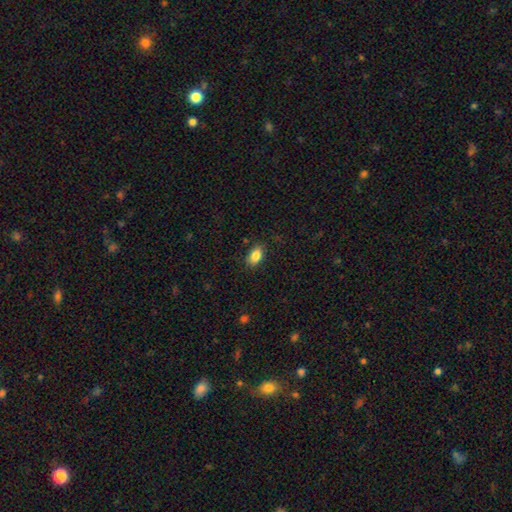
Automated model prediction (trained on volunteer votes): smooth_or_featured: smooth (p=0.86) [alt: star or artifact p=0.08]
how_rounded: in between (p=0.88) [alt: round p=0.10]
merging: none (p=0.85) [alt: minor disturbance p=0.11]